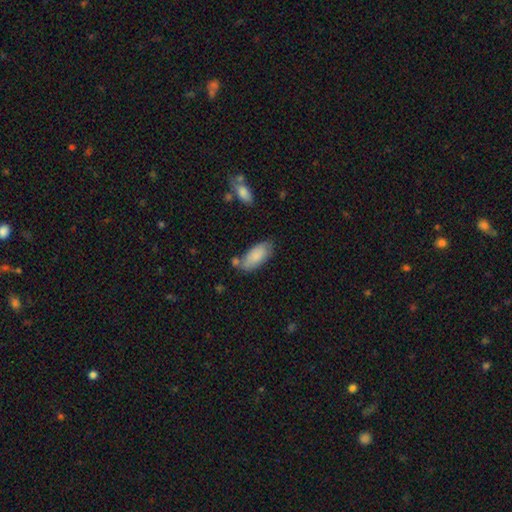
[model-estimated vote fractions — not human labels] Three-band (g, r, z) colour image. It shows a smooth galaxy with no disk features (84%) that is in between round and cigar-shaped (87%). Merging: none (64%).